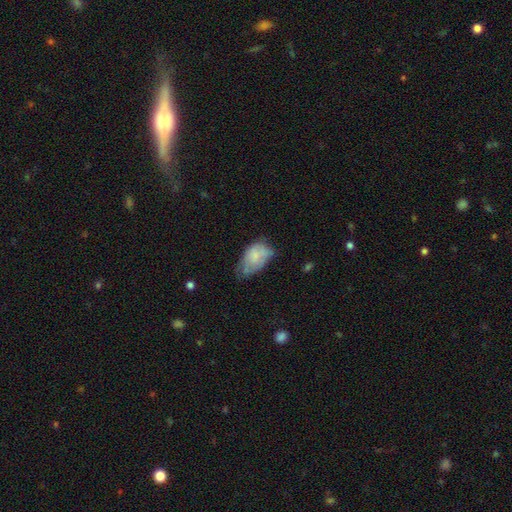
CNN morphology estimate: This appears to be a smooth galaxy with no disk features (65%) that is in between round and cigar-shaped (90%). Merging: minor disturbance (44%).